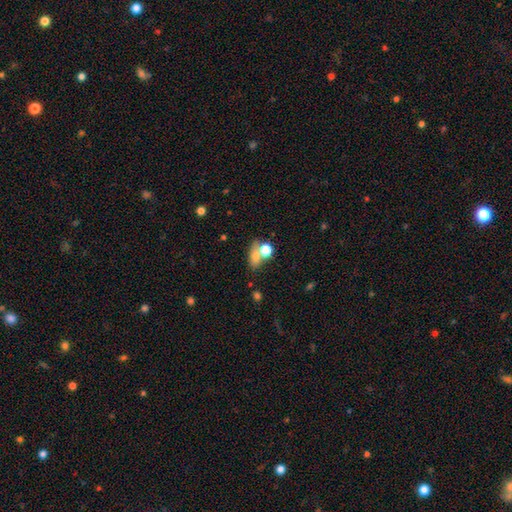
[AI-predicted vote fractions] Morphology: type=smooth (71%); roundness=in between (63%); merging=none (45%).